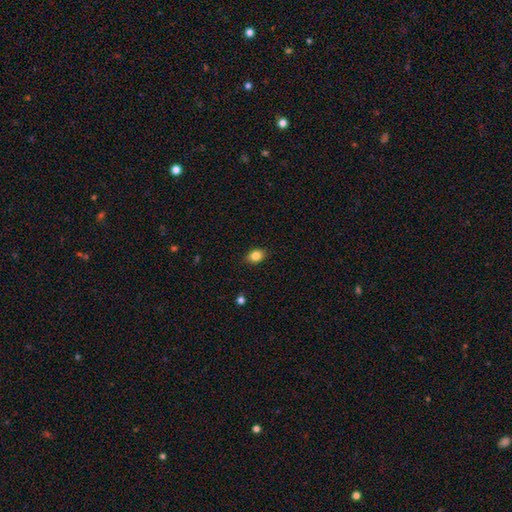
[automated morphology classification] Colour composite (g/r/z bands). It shows a smooth galaxy with no disk features (84%) that is in between round and cigar-shaped (73%). Merging: none (87%).